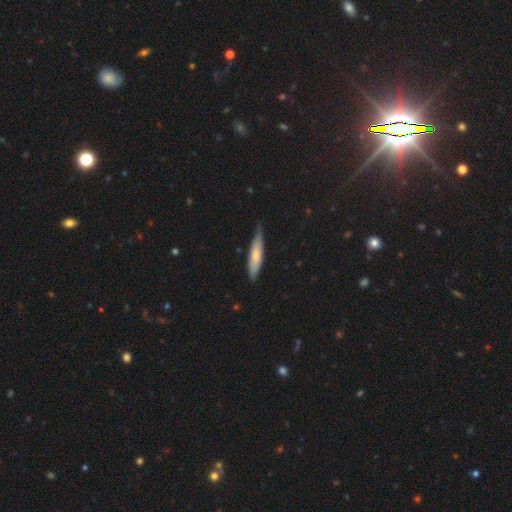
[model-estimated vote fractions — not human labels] Smooth or featured?
  - smooth: 64% *
  - featured or disk: 31%
  - star or artifact: 5%
How rounded?
  - cigar-shaped: 77% *
  - in between: 21%
  - round: 2%
Merging?
  - none: 63% *
  - minor disturbance: 32%
  - major disturbance: 4%
  - merger: 2%